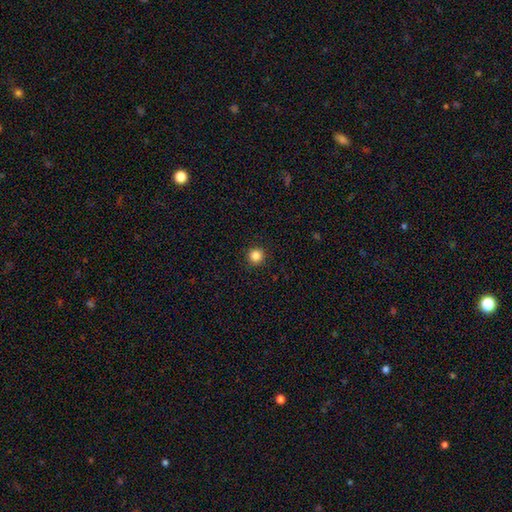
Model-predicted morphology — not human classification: Q: Smooth or featured?
A: smooth (85%); runner-up: star or artifact (11%)
Q: How rounded?
A: round (96%); runner-up: in between (3%)
Q: Merging?
A: none (93%); runner-up: minor disturbance (4%)